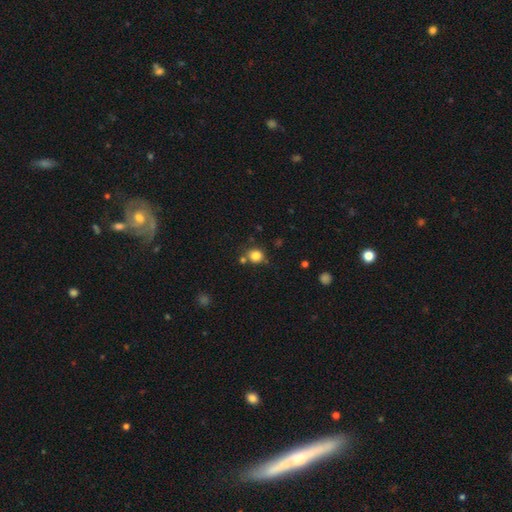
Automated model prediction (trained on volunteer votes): smooth 82%, star or artifact 12%, featured or disk 6%. Down the decision tree: how rounded — round (85%); merging — none (72%).